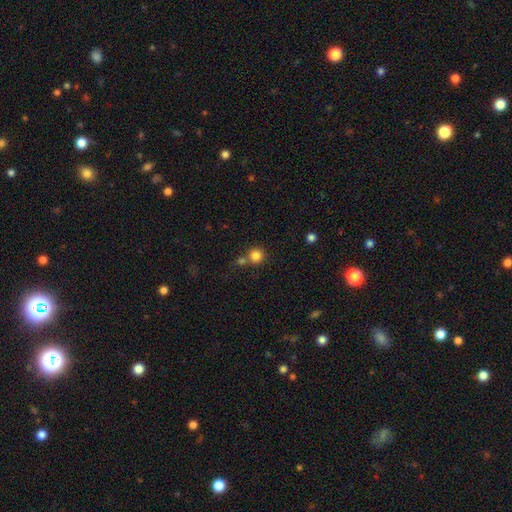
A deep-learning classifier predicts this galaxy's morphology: Smooth or featured: smooth — 83% (star or artifact — 11%)
How rounded: round — 94% (in between — 5%)
Merging: none — 64% (merger — 25%)